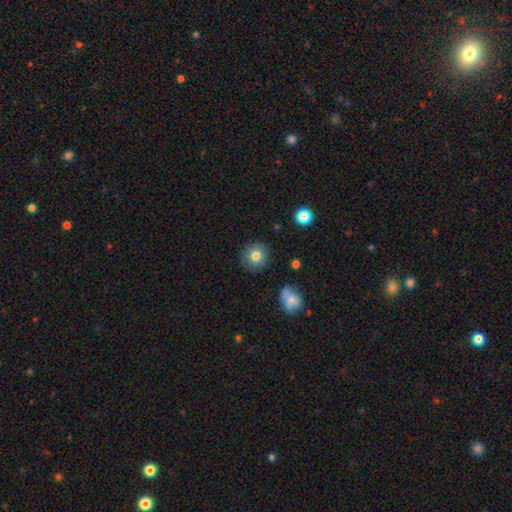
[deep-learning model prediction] Overall: smooth (79%). How rounded: round (92%). Merging: none (88%).